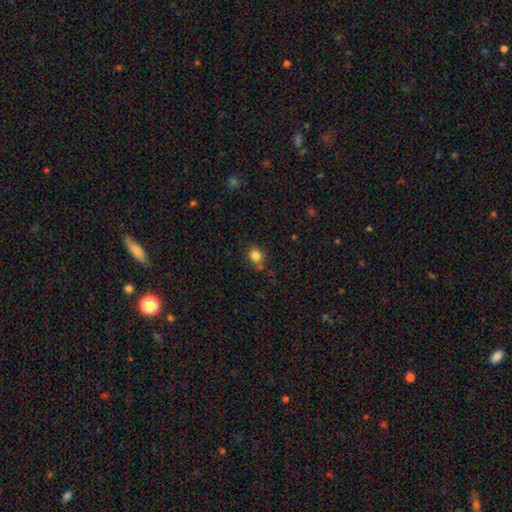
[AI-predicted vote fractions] Smooth or featured? Predicted: smooth (p=0.82). How rounded? Predicted: round (p=0.68). Merging? Predicted: none (p=0.69).